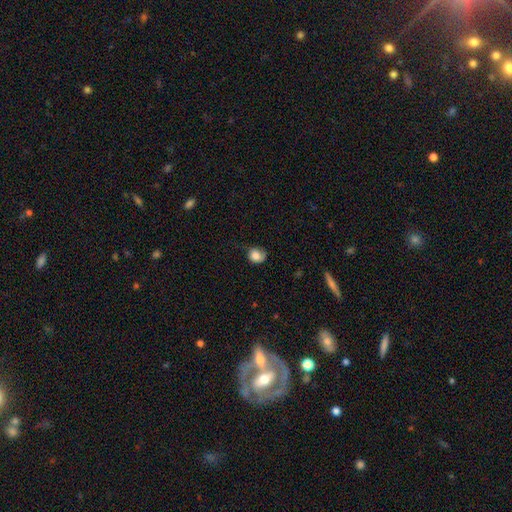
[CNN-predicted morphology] type=smooth (80%); roundness=round (68%); merging=none (52%).